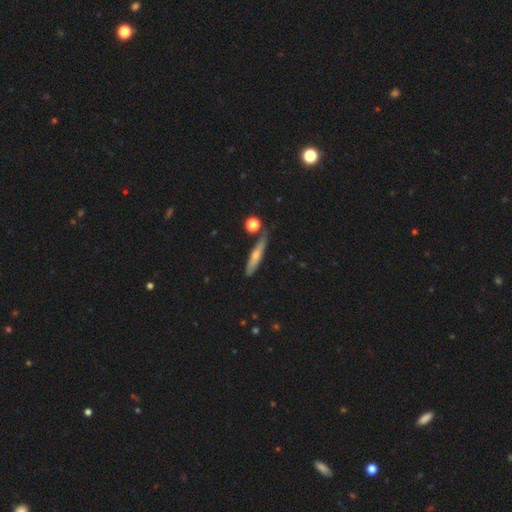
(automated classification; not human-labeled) Smooth or featured: smooth — 57% (featured or disk — 36%)
How rounded: cigar-shaped — 85% (in between — 12%)
Merging: none — 71% (minor disturbance — 17%)